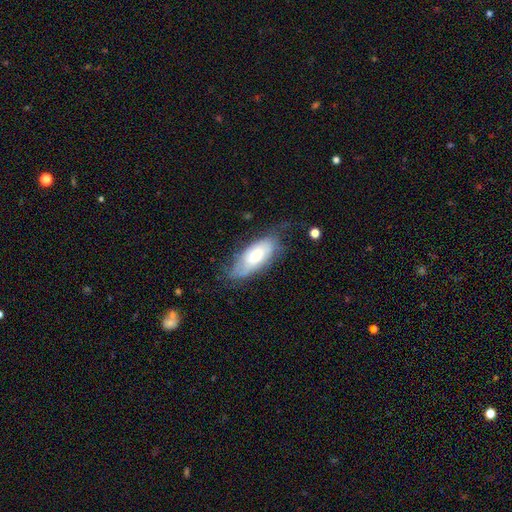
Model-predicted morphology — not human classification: A smooth galaxy with no disk features (49%).

Vote fractions:
- Smooth or featured? smooth: 49% / featured or disk: 44% / star or artifact: 7%
- Merging? none: 53% / minor disturbance: 31% / major disturbance: 14% / merger: 2%